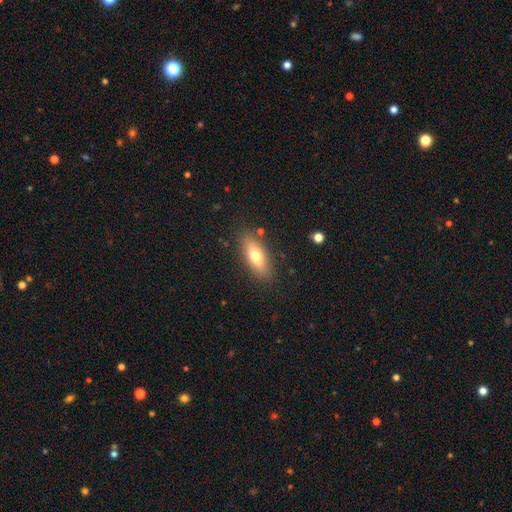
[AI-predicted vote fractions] A smooth galaxy with no disk features (71%) that is in between round and cigar-shaped (74%). Merging: none (83%).